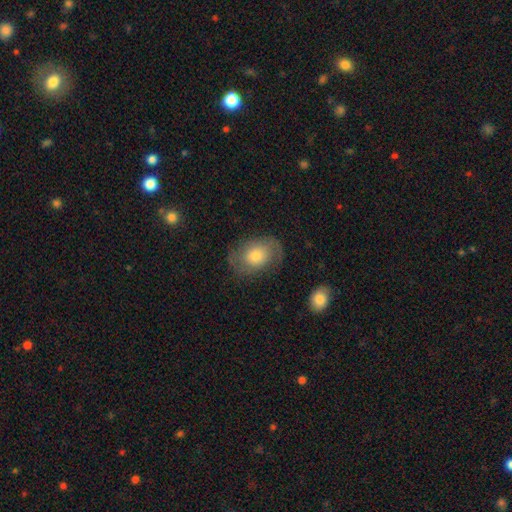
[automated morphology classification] smooth-or-featured: smooth: 52% | featured or disk: 40% | star or artifact: 8%
  how-rounded: in between: 65% | round: 34% | cigar-shaped: 1%
  merging: none: 69% | minor disturbance: 19% | major disturbance: 11% | merger: 2%